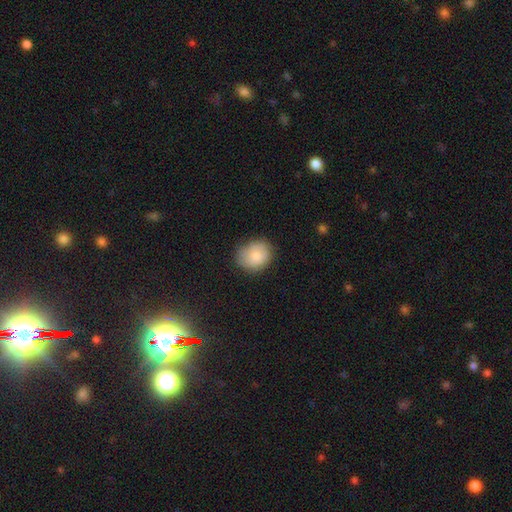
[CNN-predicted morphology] type=smooth (80%); roundness=round (64%); merging=none (72%).